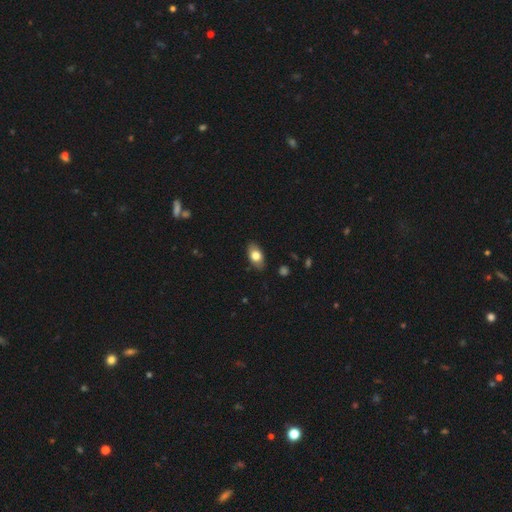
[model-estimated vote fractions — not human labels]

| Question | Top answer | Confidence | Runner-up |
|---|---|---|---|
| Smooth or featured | smooth | 77% | featured or disk (16%) |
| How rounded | in between | 90% | round (7%) |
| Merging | none | 85% | minor disturbance (12%) |